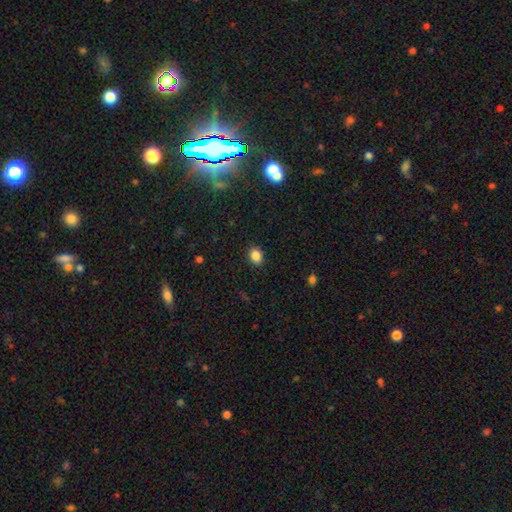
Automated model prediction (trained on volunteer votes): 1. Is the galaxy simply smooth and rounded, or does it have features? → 85% smooth, 11% star or artifact, 4% featured or disk.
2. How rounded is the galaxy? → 56% in between, 43% round, 1% cigar-shaped.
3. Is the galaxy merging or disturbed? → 89% none, 8% minor disturbance, 2% major disturbance, 1% merger.